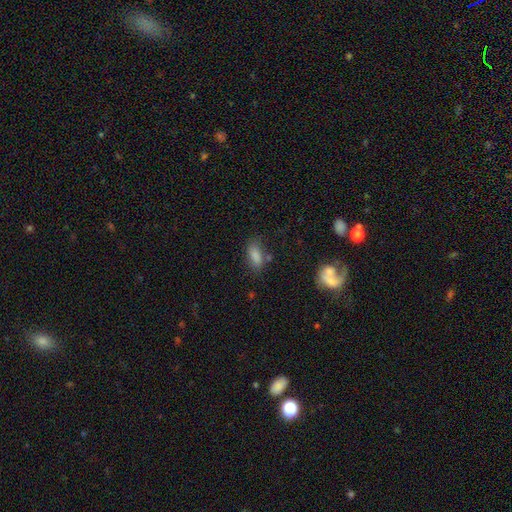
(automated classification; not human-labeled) The model was most divided on "merging": none: 68%, minor disturbance: 20%, major disturbance: 7%, merger: 6%. More confident: how rounded — in between (87%); smooth or featured — smooth (84%).